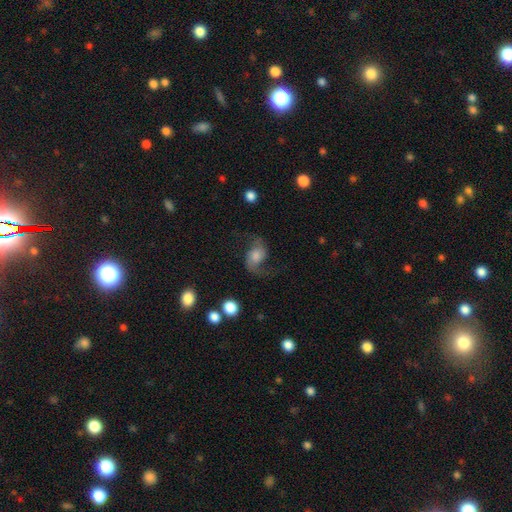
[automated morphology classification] Overall: featured or disk (71%). Edge-on disk: no (97%). Bar: no (64%; weak 29%). Spiral arms: yes (95%). Spiral arm count: 2 (92%). Spiral winding: loose (75%). Bulge size: moderate (38%; large 25%). Merging: none (65%).